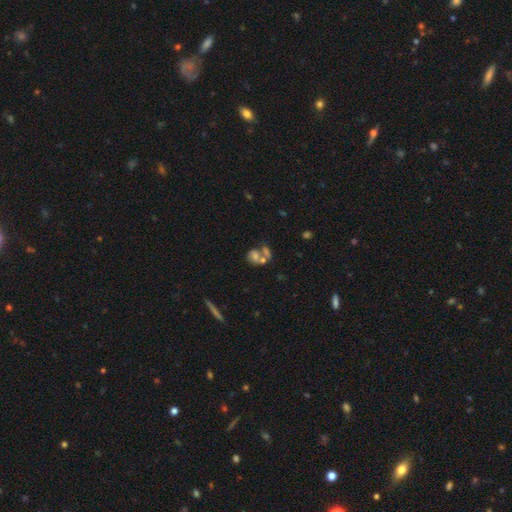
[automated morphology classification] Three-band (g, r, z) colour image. It shows a smooth galaxy with no disk features (46%). Merging: merger (50%).